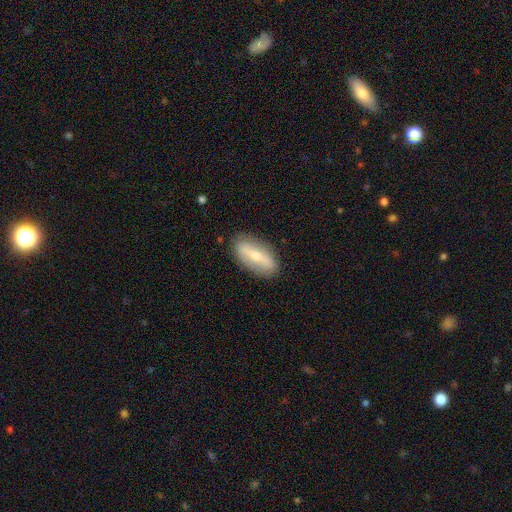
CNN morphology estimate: The model was most divided on "smooth or featured": featured or disk: 50%, smooth: 43%, star or artifact: 7%. More confident: merging — none (86%); edge-on disk — no (68%).